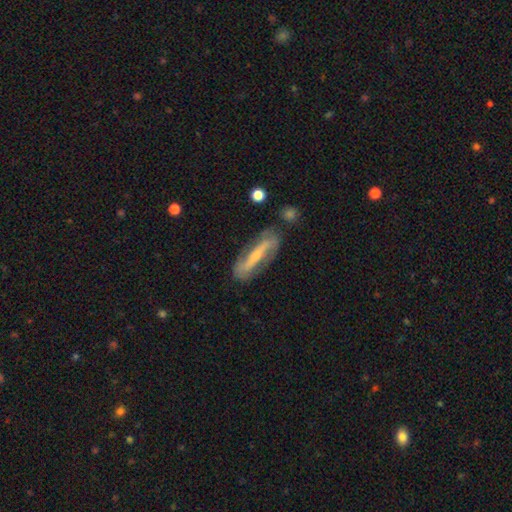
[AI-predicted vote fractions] Morphology: type=featured or disk (77%); edge-on=no (68%); bar=strong (61%); spiral arms=yes (83%); bulge=small (61%); merging=none (75%).